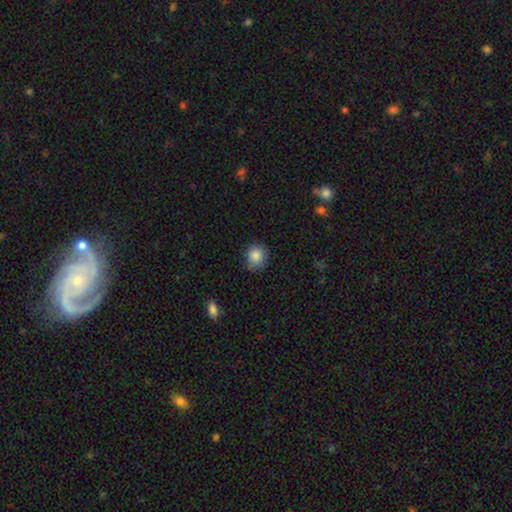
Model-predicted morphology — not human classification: smooth 86%, star or artifact 9%, featured or disk 5%. Down the decision tree: how rounded — round (82%); merging — none (77%).